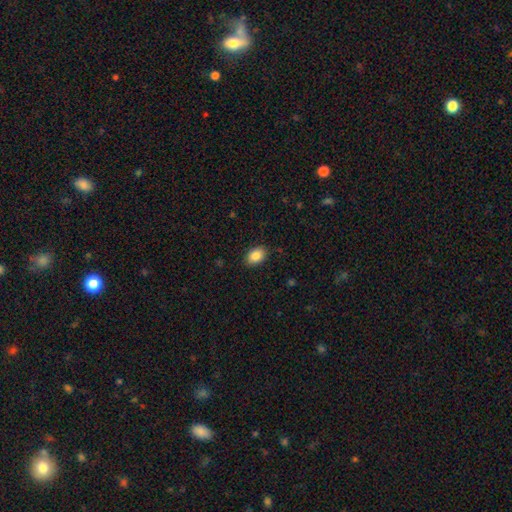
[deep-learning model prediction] Smooth or featured?
  - smooth: 87% *
  - star or artifact: 8%
  - featured or disk: 5%
How rounded?
  - in between: 81% *
  - round: 18%
  - cigar-shaped: 1%
Merging?
  - none: 88% *
  - minor disturbance: 9%
  - major disturbance: 2%
  - merger: 1%